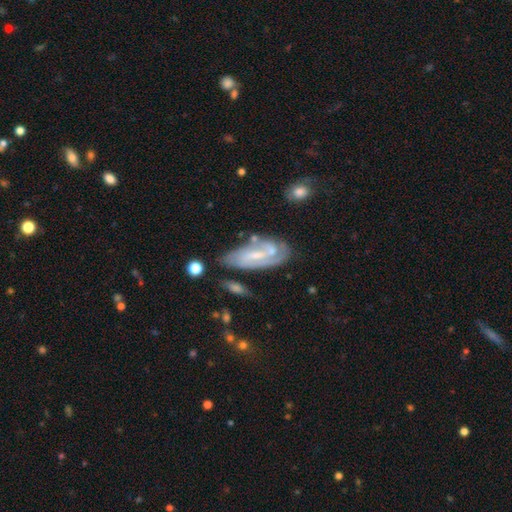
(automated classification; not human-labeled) Q: Smooth or featured?
A: featured or disk (74%); runner-up: smooth (19%)
Q: Edge-on disk?
A: no (90%); runner-up: yes (10%)
Q: Bar?
A: weak (46%); runner-up: strong (27%)
Q: Spiral arms?
A: yes (85%); runner-up: no (15%)
Q: Spiral winding?
A: tight (46%); runner-up: medium (39%)
Q: Spiral arm count?
A: 2 (53%); runner-up: can't tell (28%)
Q: Bulge size?
A: small (55%); runner-up: moderate (27%)
Q: Merging?
A: none (60%); runner-up: minor disturbance (22%)